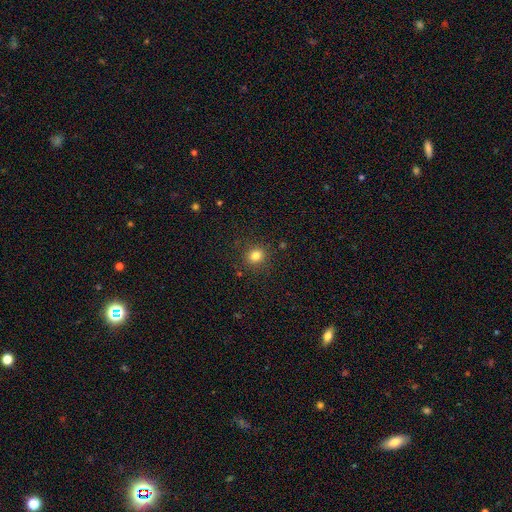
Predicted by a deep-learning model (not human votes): smooth 81%, star or artifact 13%, featured or disk 6%. Down the decision tree: how rounded — round (78%); merging — none (87%).